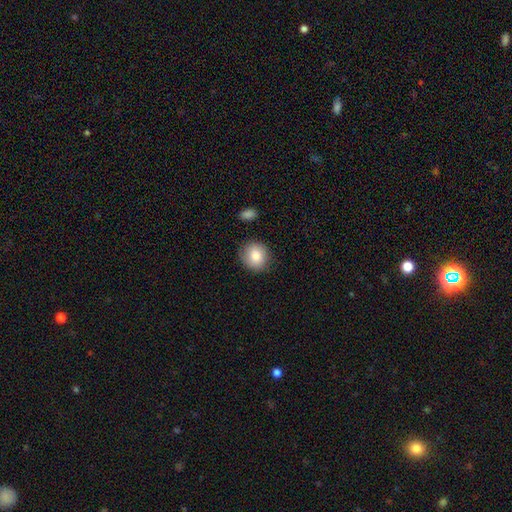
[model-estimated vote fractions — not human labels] Overall: smooth (83%). How rounded: round (84%). Merging: none (85%).